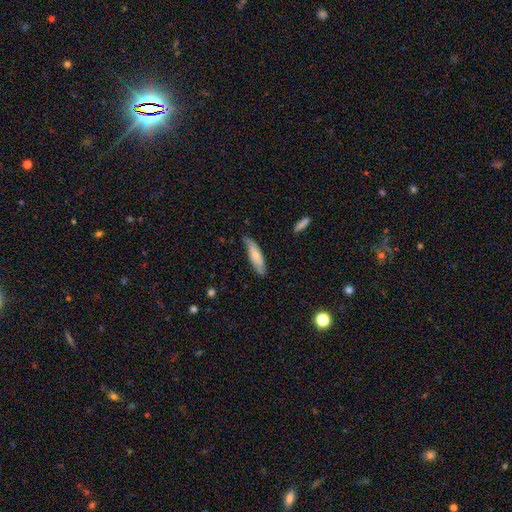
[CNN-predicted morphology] Smooth or featured? smooth (63%)
How rounded? cigar-shaped (64%)
Merging? none (75%)